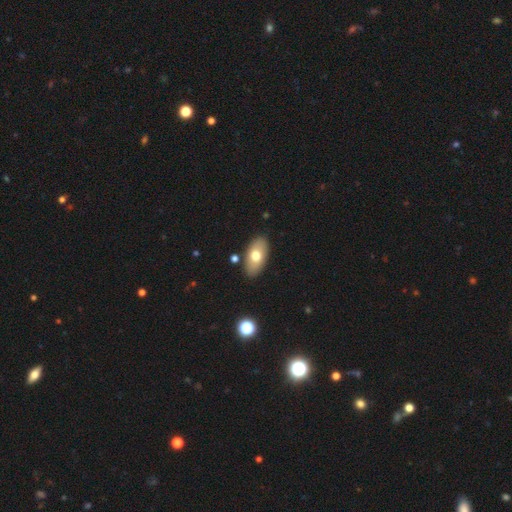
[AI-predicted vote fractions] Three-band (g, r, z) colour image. It shows a smooth galaxy with no disk features (69%) that is in between round and cigar-shaped (93%). Merging: none (86%).